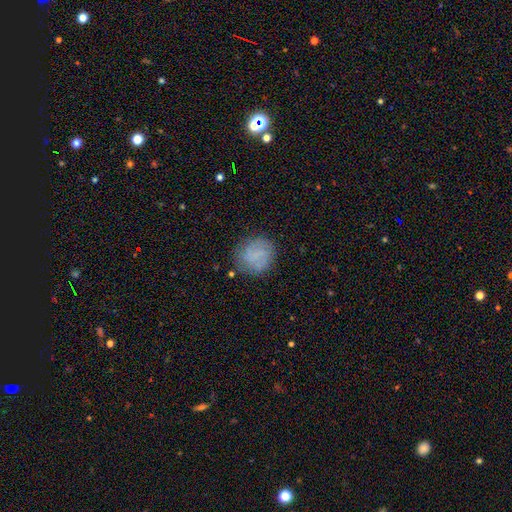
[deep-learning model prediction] Smooth or featured: smooth — 69% (featured or disk — 21%)
How rounded: round — 79% (in between — 20%)
Merging: none — 75% (minor disturbance — 17%)